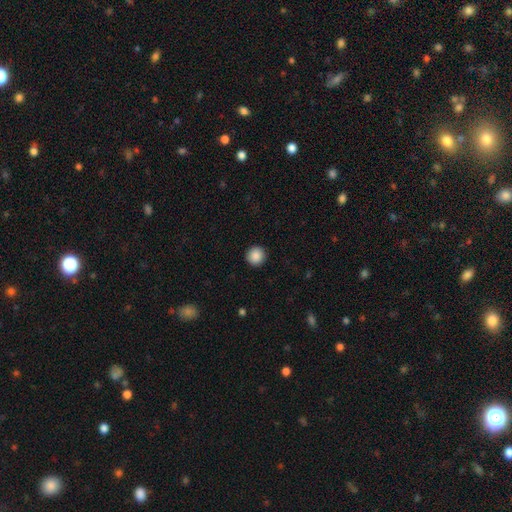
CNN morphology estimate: type=smooth (88%); roundness=round (95%); merging=none (92%).